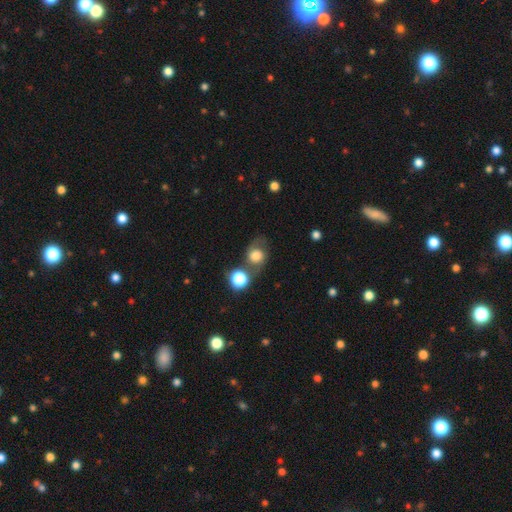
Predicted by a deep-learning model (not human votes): This appears to be a smooth galaxy with no disk features (56%) that is round (66%). Merging: none (52%).